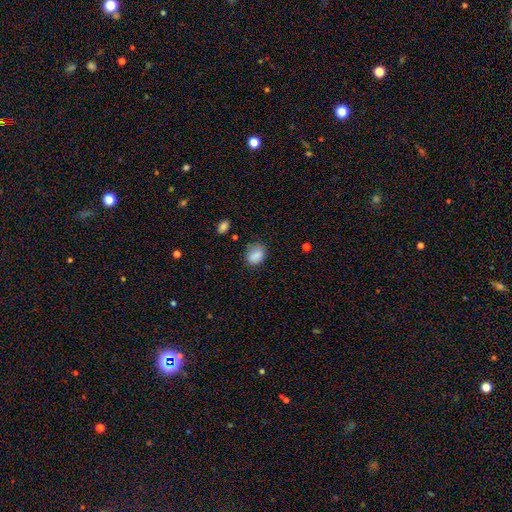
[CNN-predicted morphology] Smooth or featured: smooth — 85% (star or artifact — 9%)
How rounded: in between — 66% (round — 33%)
Merging: none — 67% (minor disturbance — 24%)